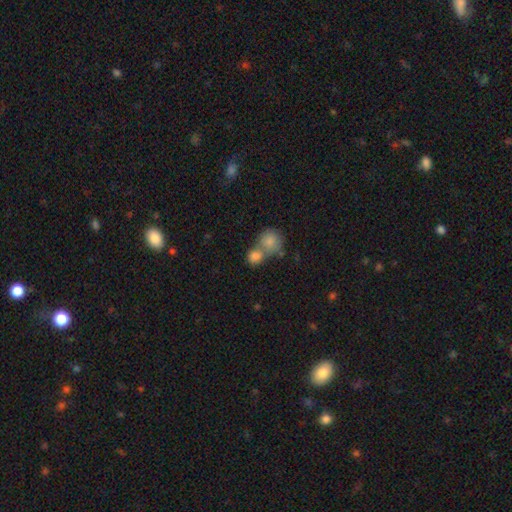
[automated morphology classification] This appears to be a smooth galaxy with no disk features (83%) that is round (75%). Merging: merger (61%).